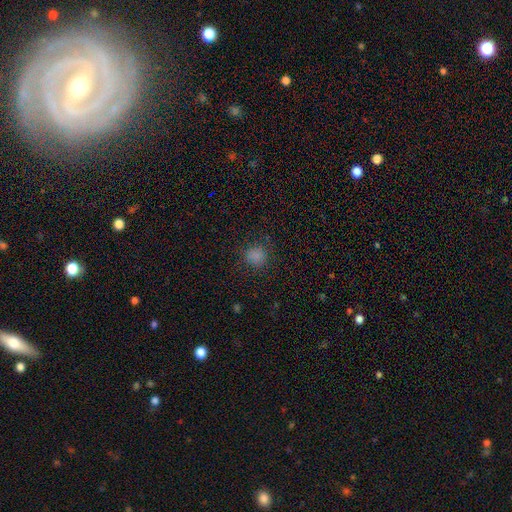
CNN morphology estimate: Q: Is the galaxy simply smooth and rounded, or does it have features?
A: smooth — 79%.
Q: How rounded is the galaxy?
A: round — 86%.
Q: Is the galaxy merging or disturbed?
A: none — 84%.